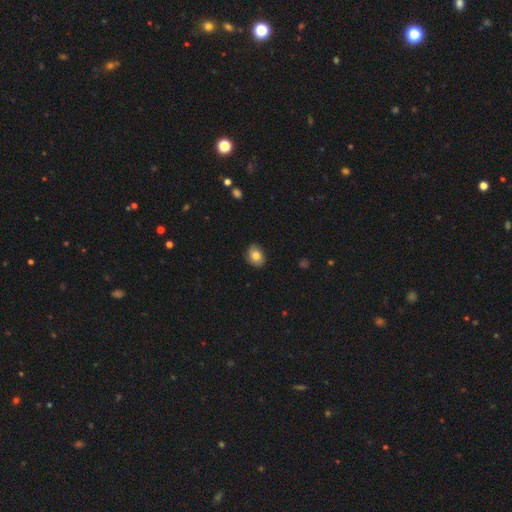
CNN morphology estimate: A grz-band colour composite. It shows a smooth galaxy with no disk features (81%) that is in between round and cigar-shaped (71%). Merging: none (85%).